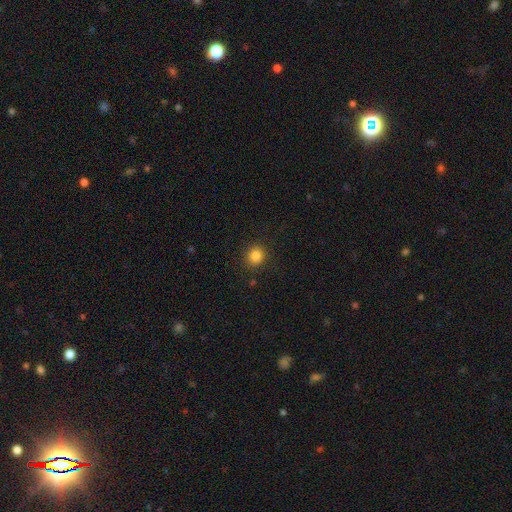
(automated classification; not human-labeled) Overall: smooth (84%). How rounded: round (84%). Merging: none (90%).